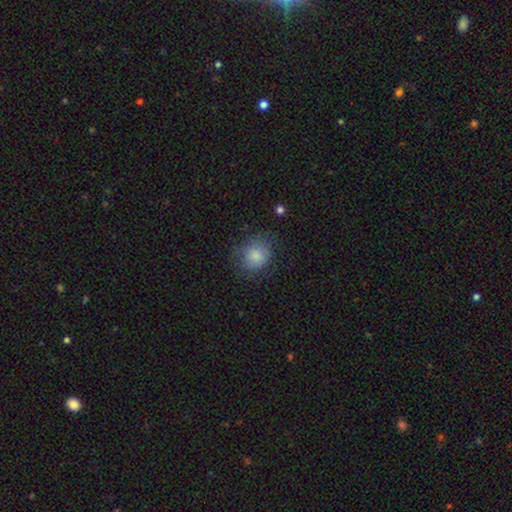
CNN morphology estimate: Smooth or featured: smooth — 83% (featured or disk — 9%)
How rounded: round — 68% (in between — 31%)
Merging: none — 71% (minor disturbance — 19%)